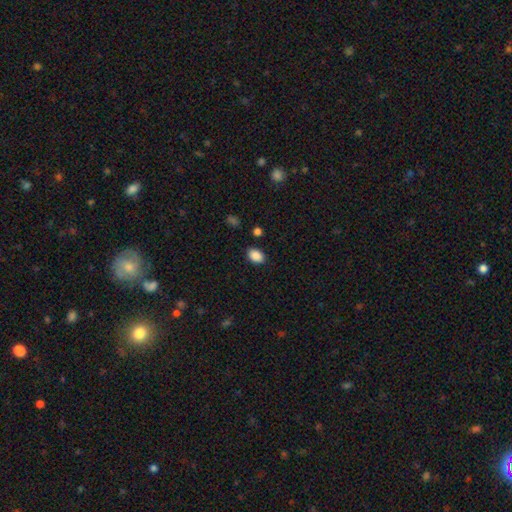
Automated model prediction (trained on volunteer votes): Smooth or featured? smooth (89%)
How rounded? in between (82%)
Merging? none (86%)